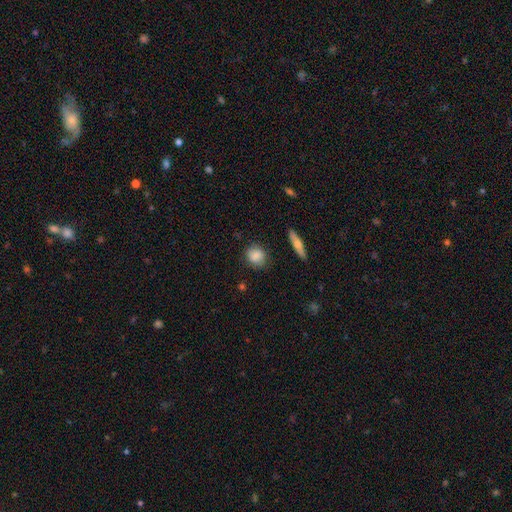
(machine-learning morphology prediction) type=smooth (83%); roundness=round (66%); merging=none (78%).